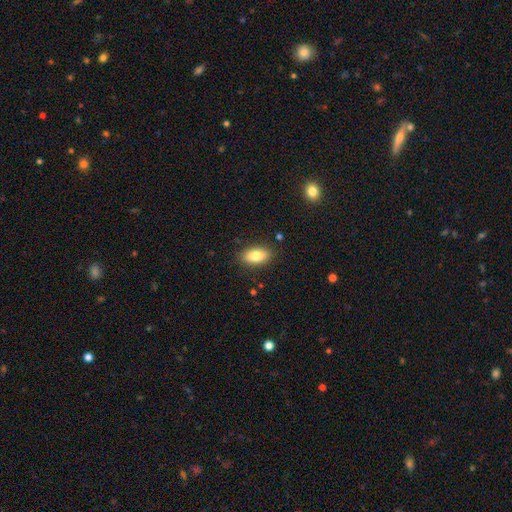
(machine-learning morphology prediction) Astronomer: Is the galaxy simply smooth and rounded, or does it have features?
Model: smooth — 81%.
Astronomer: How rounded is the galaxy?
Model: in between — 90%.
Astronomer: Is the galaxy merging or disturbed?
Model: none — 87%.